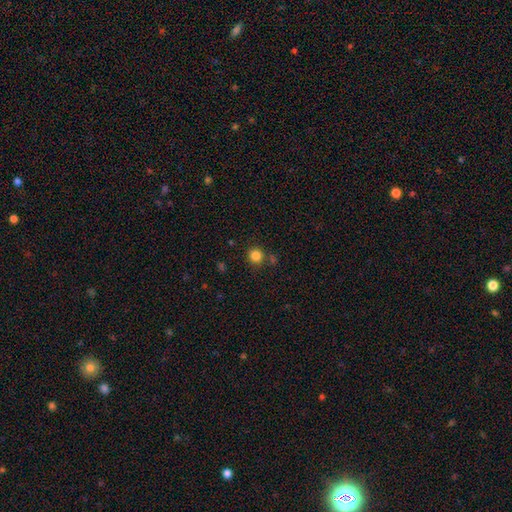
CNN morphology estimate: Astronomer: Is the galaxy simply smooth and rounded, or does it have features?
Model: smooth — 84%.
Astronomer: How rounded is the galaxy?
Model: round — 93%.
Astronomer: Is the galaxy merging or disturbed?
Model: none — 80%.